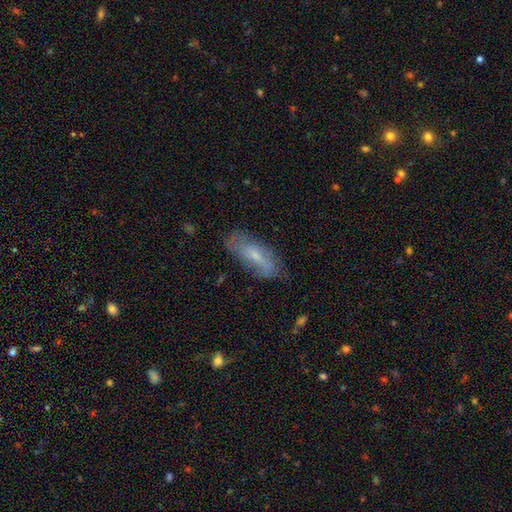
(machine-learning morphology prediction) smooth_or_featured: smooth (p=0.48) [alt: featured or disk p=0.45]
merging: none (p=0.66) [alt: minor disturbance p=0.24]